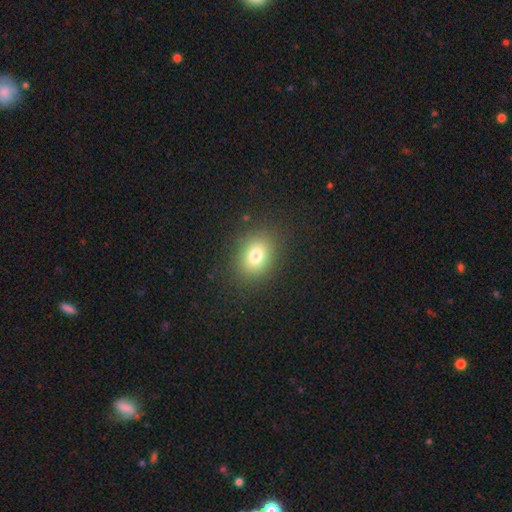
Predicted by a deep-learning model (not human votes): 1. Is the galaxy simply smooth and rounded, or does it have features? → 77% smooth, 13% star or artifact, 10% featured or disk.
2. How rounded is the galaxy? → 58% in between, 41% round, 1% cigar-shaped.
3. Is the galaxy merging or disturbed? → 86% none, 9% minor disturbance, 4% major disturbance, 1% merger.